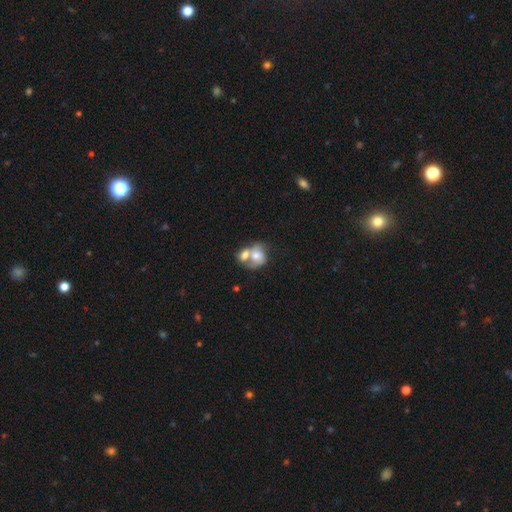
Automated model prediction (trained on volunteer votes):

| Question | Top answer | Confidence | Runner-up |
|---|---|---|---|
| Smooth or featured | smooth | 57% | featured or disk (36%) |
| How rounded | round | 51% | in between (48%) |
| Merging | merger | 72% | none (14%) |